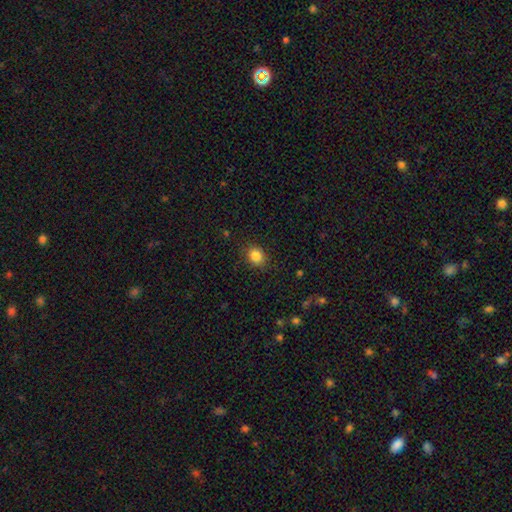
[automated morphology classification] Smooth or featured: smooth — 85% (star or artifact — 10%)
How rounded: round — 51% (in between — 48%)
Merging: none — 86% (minor disturbance — 10%)